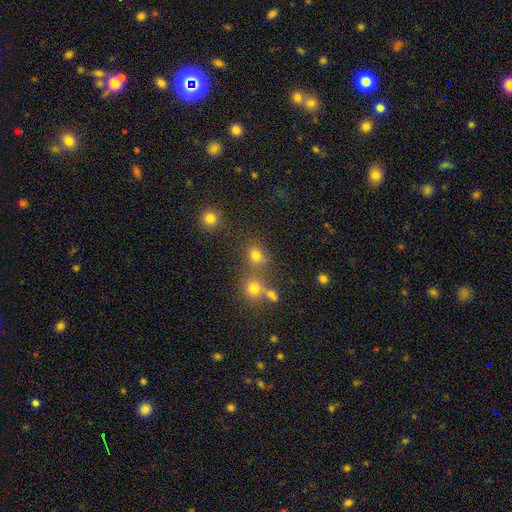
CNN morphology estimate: This appears to be a smooth galaxy with no disk features (75%) that is round (65%). Merging: none (61%).